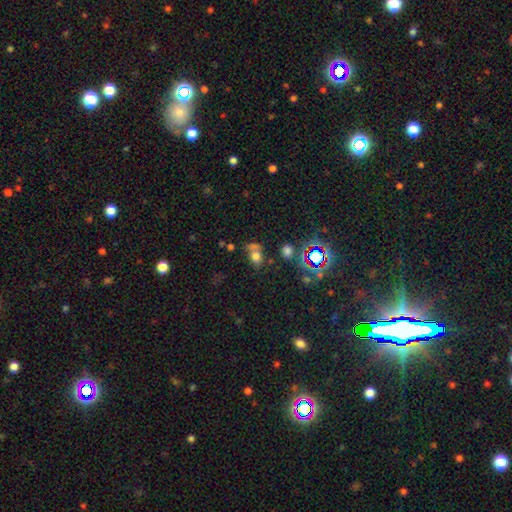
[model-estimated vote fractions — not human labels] Q: Smooth or featured?
A: smooth (64%); runner-up: star or artifact (22%)
Q: How rounded?
A: in between (55%); runner-up: round (43%)
Q: Merging?
A: none (42%); runner-up: merger (26%)